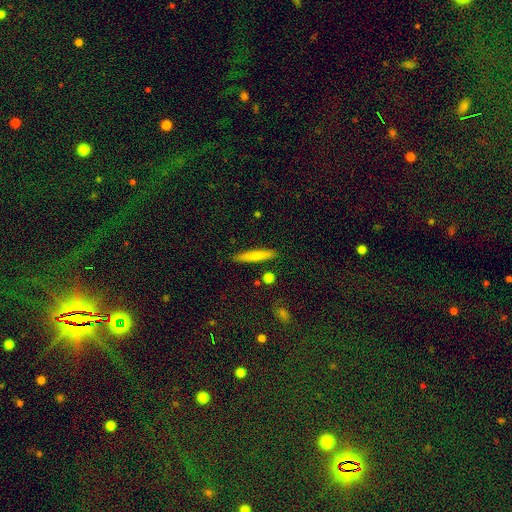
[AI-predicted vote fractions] This appears to be a smooth galaxy with no disk features (70%) that is cigar-shaped (93%). Merging: none (88%).